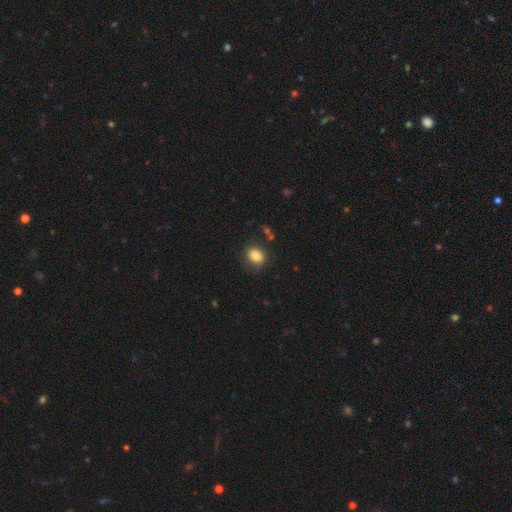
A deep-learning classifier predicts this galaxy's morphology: smooth_or_featured: smooth (p=0.84) [alt: star or artifact p=0.09]
how_rounded: in between (p=0.61) [alt: round p=0.38]
merging: none (p=0.81) [alt: minor disturbance p=0.13]